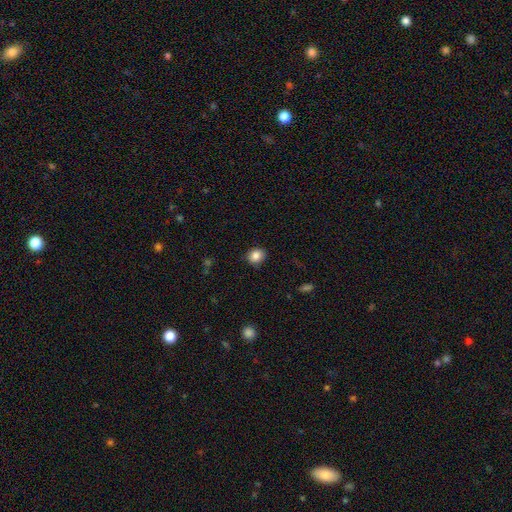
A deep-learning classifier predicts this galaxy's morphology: Q: Smooth or featured?
A: smooth (85%); runner-up: star or artifact (9%)
Q: How rounded?
A: round (66%); runner-up: in between (33%)
Q: Merging?
A: none (87%); runner-up: minor disturbance (10%)